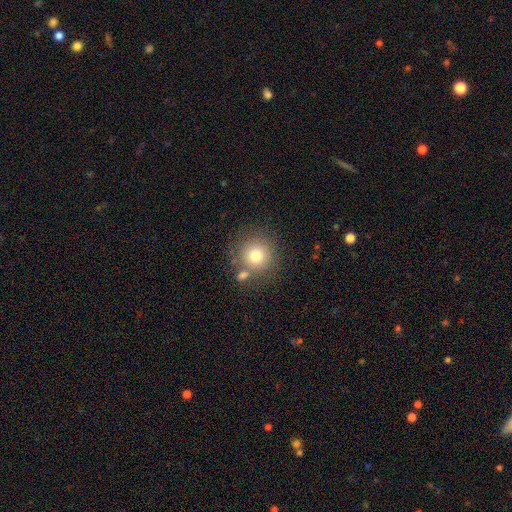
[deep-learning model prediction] A smooth galaxy with no disk features (76%) that is round (93%). Merging: none (69%).